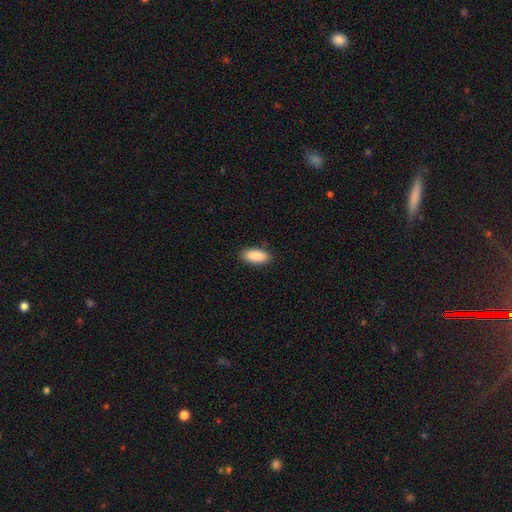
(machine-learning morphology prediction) type=smooth (91%); roundness=in between (88%); merging=none (88%).